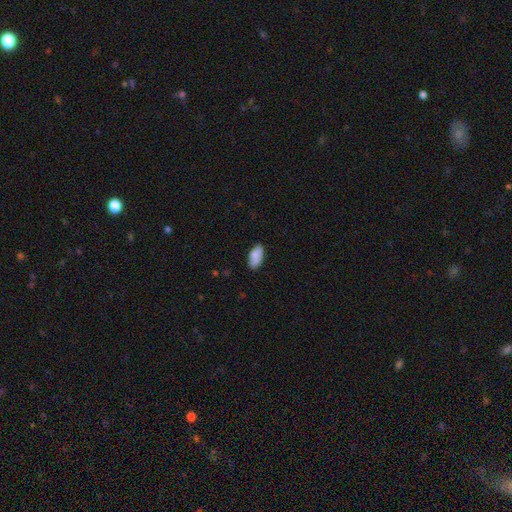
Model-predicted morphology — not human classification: smooth_or_featured: smooth (p=0.84) [alt: featured or disk p=0.09]
how_rounded: in between (p=0.90) [alt: cigar-shaped p=0.08]
merging: none (p=0.81) [alt: minor disturbance p=0.15]